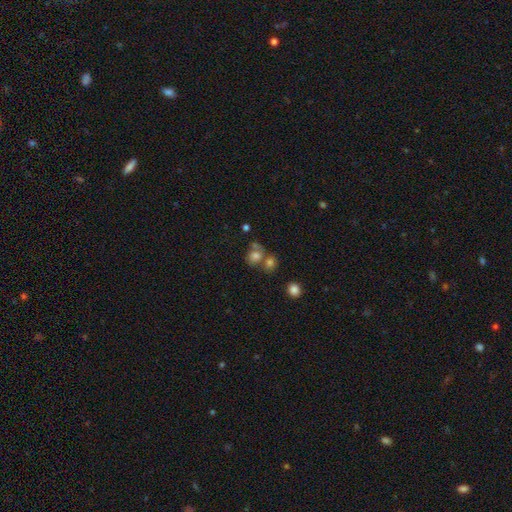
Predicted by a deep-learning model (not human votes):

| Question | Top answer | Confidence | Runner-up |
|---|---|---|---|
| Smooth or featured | smooth | 74% | star or artifact (13%) |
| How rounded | round | 67% | in between (32%) |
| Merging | none | 41% | merger (40%) |